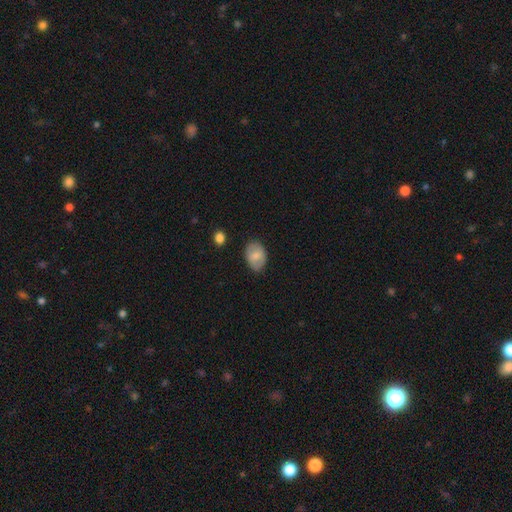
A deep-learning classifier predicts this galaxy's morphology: Smooth or featured: smooth — 72% (featured or disk — 21%)
How rounded: in between — 82% (round — 17%)
Merging: none — 79% (minor disturbance — 16%)